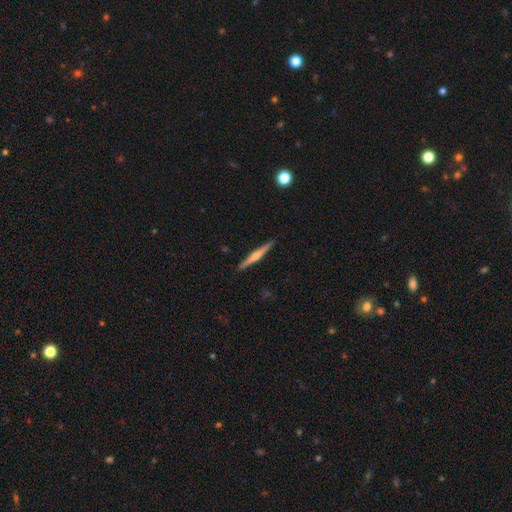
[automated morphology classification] Q: Smooth or featured?
A: featured or disk (59%); runner-up: smooth (36%)
Q: Edge-on disk?
A: yes (98%); runner-up: no (2%)
Q: Edge-on bulge?
A: rounded (71%); runner-up: none (21%)
Q: Merging?
A: none (91%); runner-up: minor disturbance (6%)